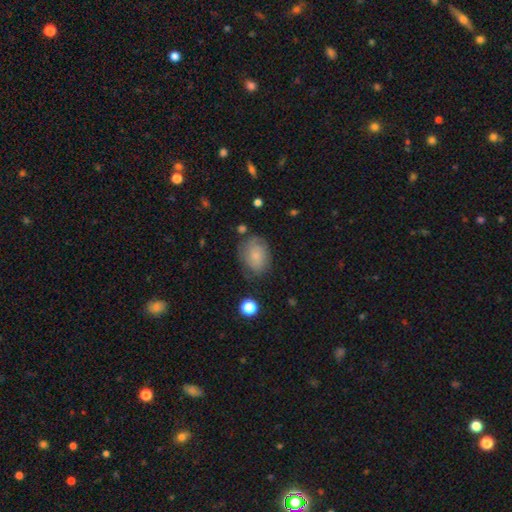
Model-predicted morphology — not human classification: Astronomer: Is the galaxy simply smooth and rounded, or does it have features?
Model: smooth — 66%.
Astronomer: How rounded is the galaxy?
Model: in between — 66%.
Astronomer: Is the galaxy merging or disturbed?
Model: none — 65%.